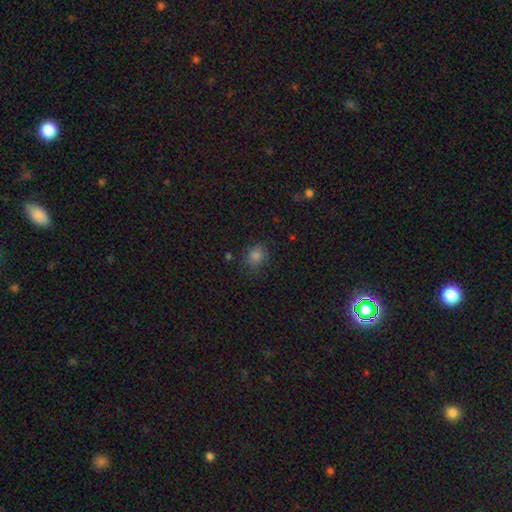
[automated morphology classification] Q: Smooth or featured?
A: smooth (79%); runner-up: star or artifact (15%)
Q: How rounded?
A: round (70%); runner-up: in between (29%)
Q: Merging?
A: none (81%); runner-up: minor disturbance (14%)